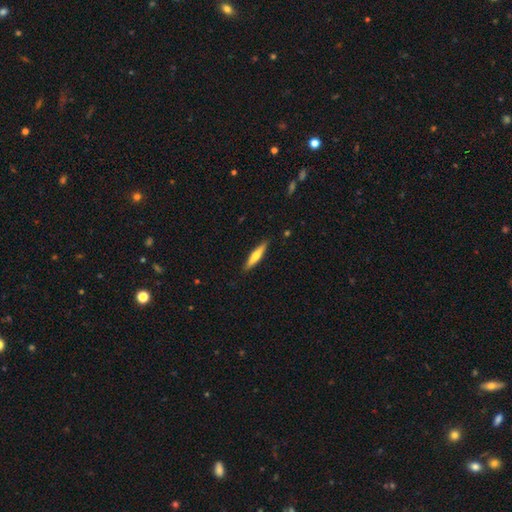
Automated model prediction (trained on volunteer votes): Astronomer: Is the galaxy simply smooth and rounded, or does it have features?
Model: smooth — 55% (runner-up: featured or disk, 39%).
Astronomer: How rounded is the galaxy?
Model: cigar-shaped — 88%.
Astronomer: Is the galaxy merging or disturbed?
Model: none — 89%.